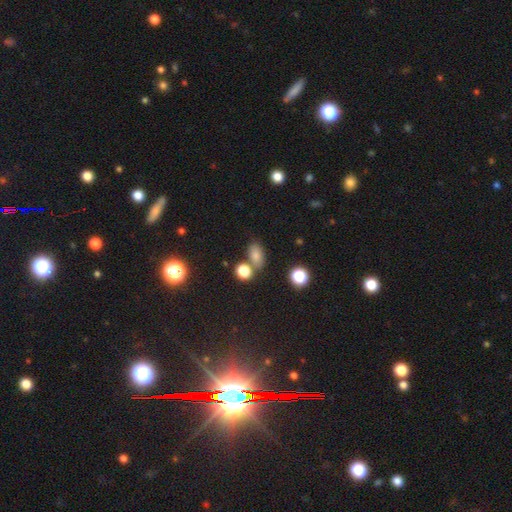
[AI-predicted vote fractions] Smooth or featured?
  - smooth: 77% *
  - star or artifact: 15%
  - featured or disk: 8%
How rounded?
  - in between: 81% *
  - round: 16%
  - cigar-shaped: 3%
Merging?
  - none: 65% *
  - merger: 18%
  - minor disturbance: 13%
  - major disturbance: 4%